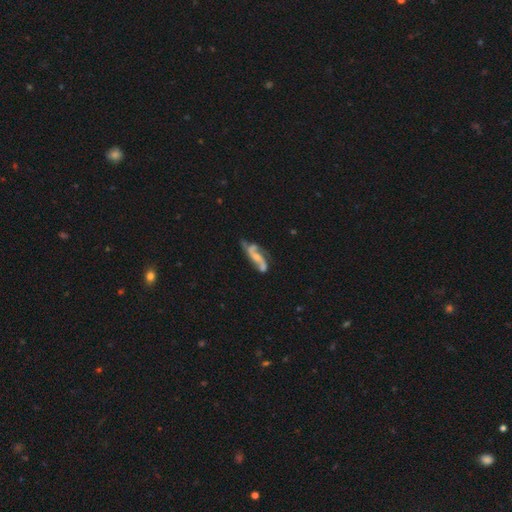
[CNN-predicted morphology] Smooth or featured: featured or disk — 81% (smooth — 13%)
Edge-on disk: no — 91% (yes — 9%)
Bar: no — 47% (weak — 35%)
Spiral arms: yes — 94% (no — 6%)
Spiral winding: loose — 63% (medium — 28%)
Spiral arm count: 2 — 90% (can't tell — 4%)
Bulge size: small — 50% (moderate — 29%)
Merging: none — 53% (minor disturbance — 24%)